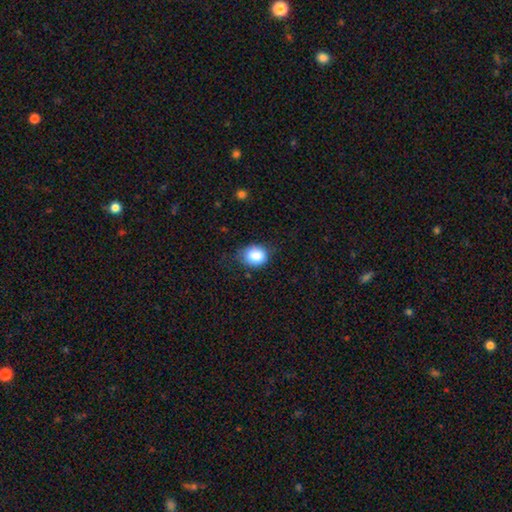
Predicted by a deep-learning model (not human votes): Morphology: type=smooth (86%); roundness=round (58%); merging=none (66%).